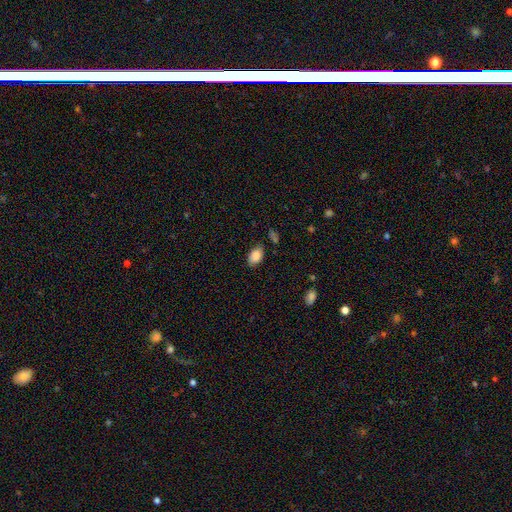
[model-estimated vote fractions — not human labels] A smooth galaxy with no disk features (87%) that is in between round and cigar-shaped (91%). Merging: none (77%).